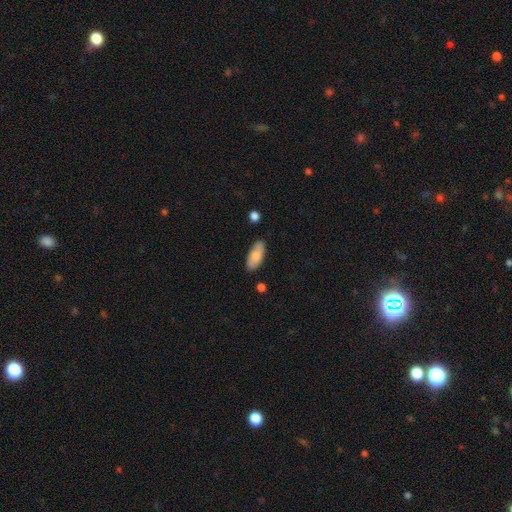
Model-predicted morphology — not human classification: Smooth or featured? Predicted: smooth (p=0.82). How rounded? Predicted: in between (p=0.83). Merging? Predicted: none (p=0.83).